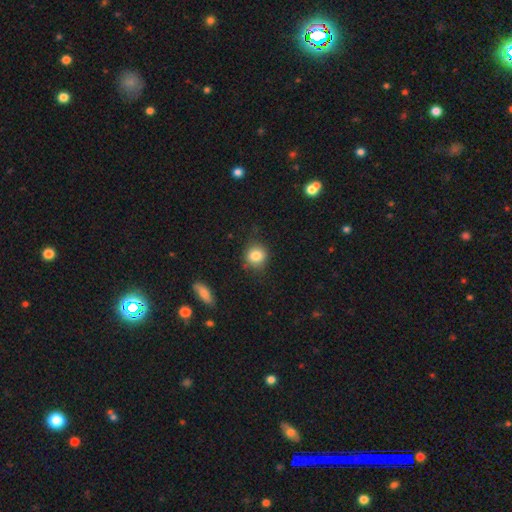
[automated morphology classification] Smooth or featured: smooth — 83% (star or artifact — 10%)
How rounded: round — 81% (in between — 17%)
Merging: none — 80% (minor disturbance — 14%)